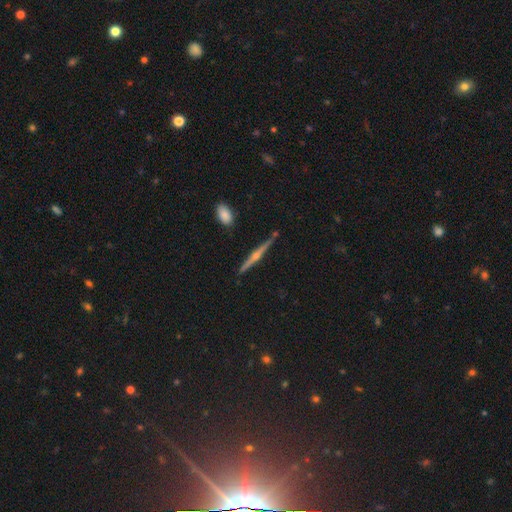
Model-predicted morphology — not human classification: type=featured or disk (79%); edge-on=yes (98%); edge-on bulge=rounded (87%); merging=none (89%).